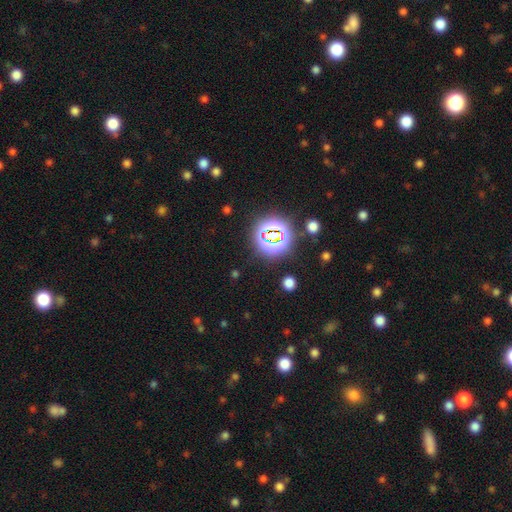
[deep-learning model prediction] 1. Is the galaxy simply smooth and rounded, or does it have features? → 79% star or artifact, 15% smooth, 6% featured or disk.